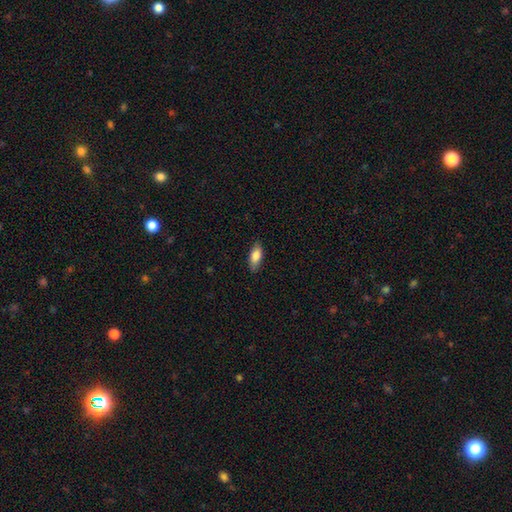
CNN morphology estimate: Q: Smooth or featured?
A: smooth (83%); runner-up: featured or disk (11%)
Q: How rounded?
A: in between (82%); runner-up: cigar-shaped (15%)
Q: Merging?
A: none (84%); runner-up: minor disturbance (13%)